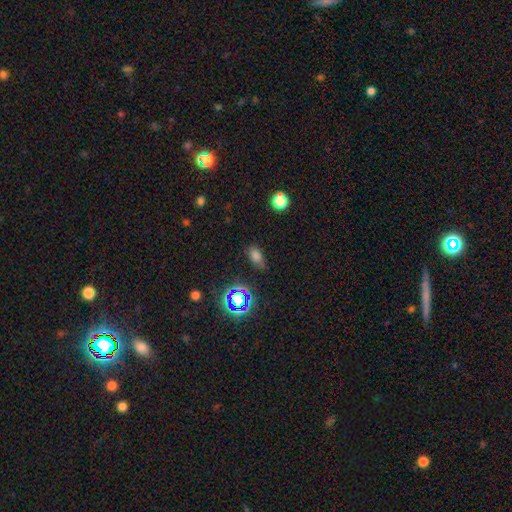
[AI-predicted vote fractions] This appears to be a smooth galaxy with no disk features (67%) that is in between round and cigar-shaped (83%). Merging: none (70%).